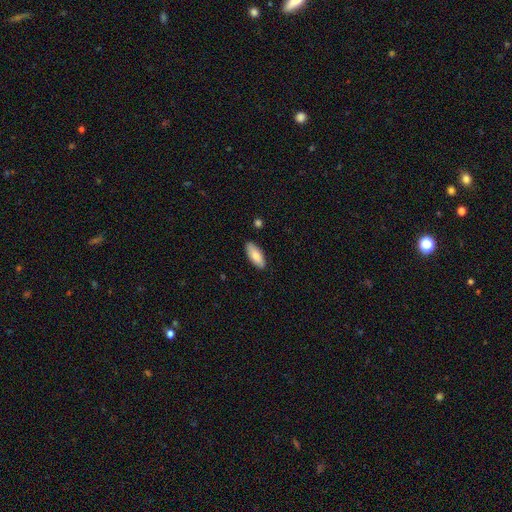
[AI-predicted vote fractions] Smooth or featured: smooth — 80% (featured or disk — 14%)
How rounded: in between — 80% (cigar-shaped — 18%)
Merging: none — 86% (minor disturbance — 10%)